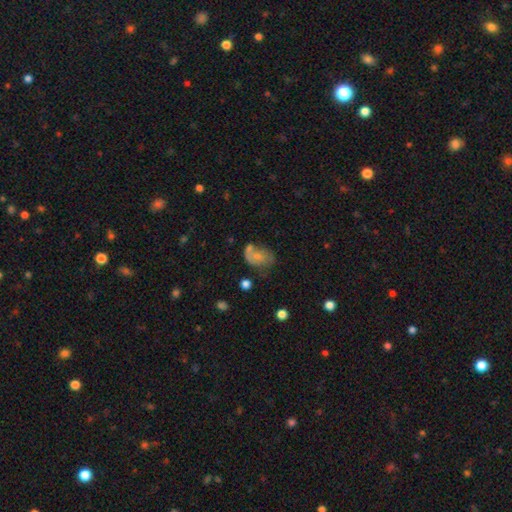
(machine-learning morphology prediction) Q: Smooth or featured?
A: smooth (54%); runner-up: featured or disk (34%)
Q: How rounded?
A: in between (76%); runner-up: round (23%)
Q: Merging?
A: none (35%); runner-up: minor disturbance (24%)